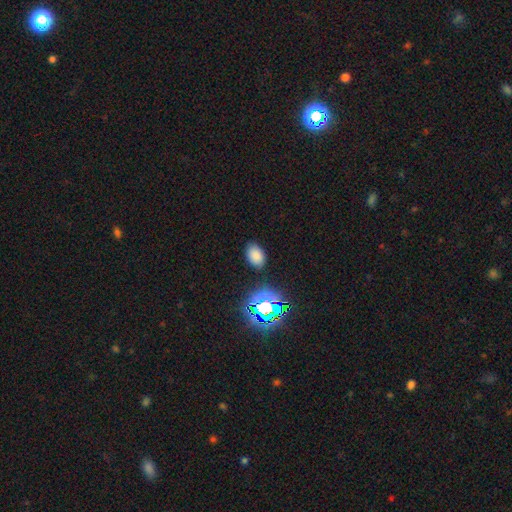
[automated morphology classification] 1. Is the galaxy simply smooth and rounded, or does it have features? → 75% smooth, 19% star or artifact, 6% featured or disk.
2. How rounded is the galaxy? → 84% in between, 15% round, 1% cigar-shaped.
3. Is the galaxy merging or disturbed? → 85% none, 10% minor disturbance, 3% major disturbance, 2% merger.